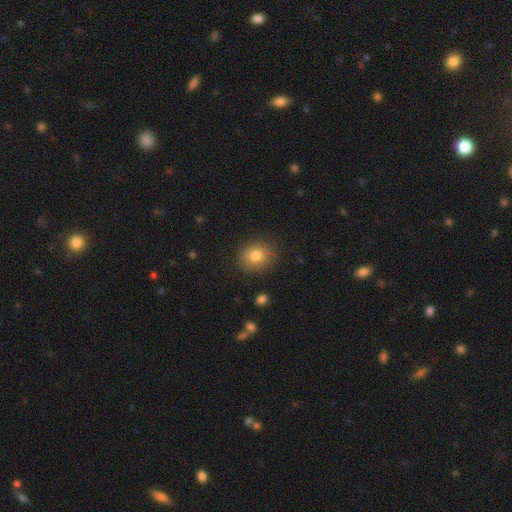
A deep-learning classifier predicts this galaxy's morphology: Smooth or featured? smooth (79%)
How rounded? round (71%)
Merging? none (85%)